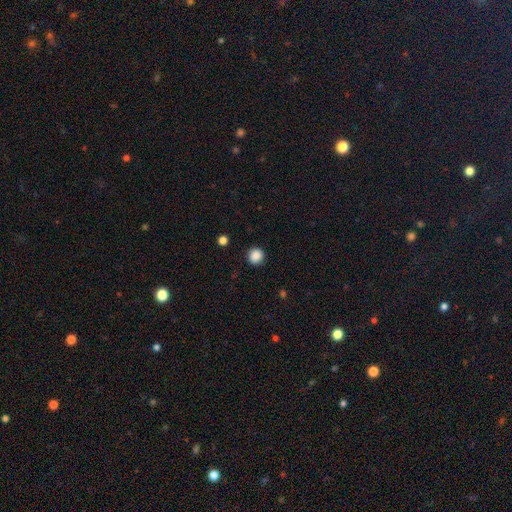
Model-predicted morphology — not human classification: This is clearly a smooth galaxy (88%). How rounded: clearly round (94%). Merging: clearly none (91%).